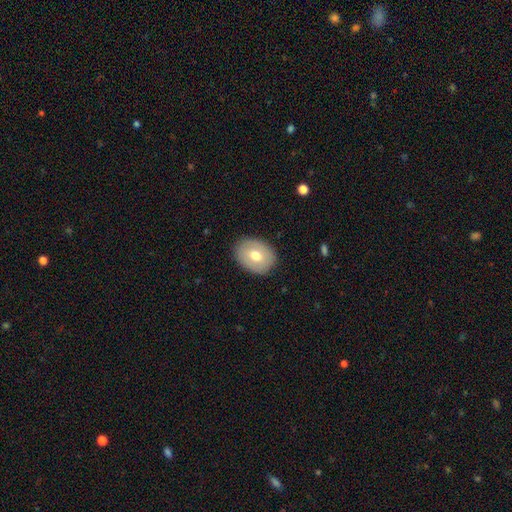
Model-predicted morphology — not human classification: This appears to be a smooth galaxy with no disk features (65%) that is in between round and cigar-shaped (64%). Merging: none (87%).